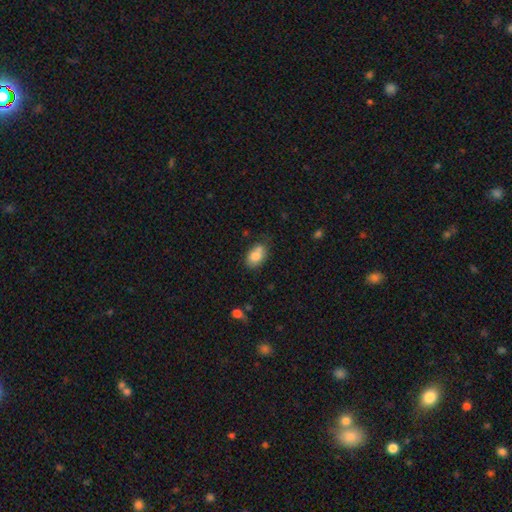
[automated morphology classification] Smooth or featured?
  - smooth: 78% *
  - featured or disk: 13%
  - star or artifact: 8%
How rounded?
  - in between: 84% *
  - round: 14%
  - cigar-shaped: 1%
Merging?
  - none: 57% *
  - minor disturbance: 22%
  - merger: 17%
  - major disturbance: 5%